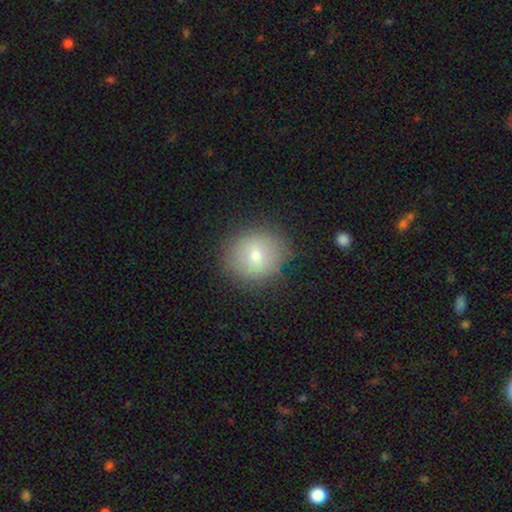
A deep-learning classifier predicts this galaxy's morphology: smooth-or-featured: smooth: 69% | featured or disk: 21% | star or artifact: 11%
  how-rounded: round: 81% | in between: 18% | cigar-shaped: 1%
  merging: none: 84% | minor disturbance: 11% | major disturbance: 4% | merger: 1%